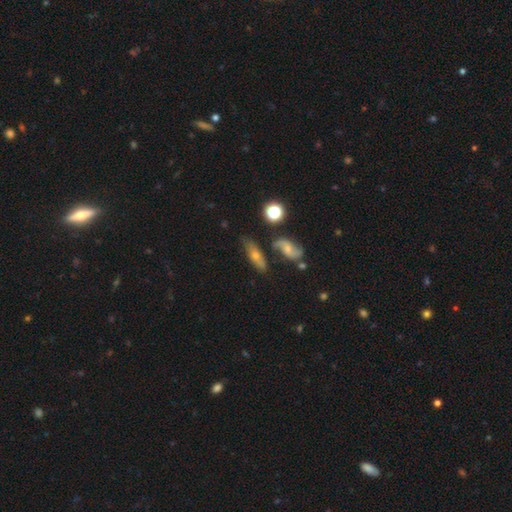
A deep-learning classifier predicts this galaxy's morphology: Overall: featured or disk (46%; smooth 40%). Merging: none (64%).